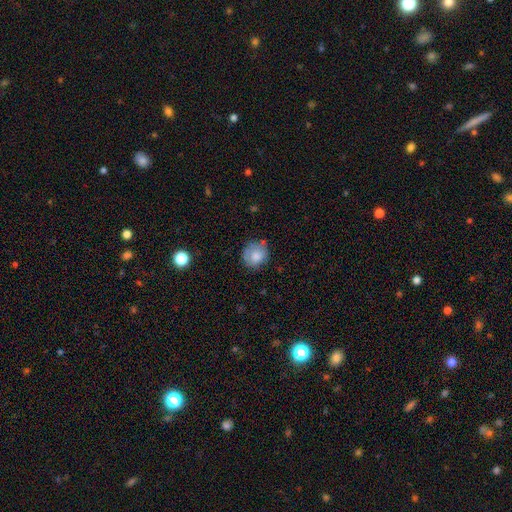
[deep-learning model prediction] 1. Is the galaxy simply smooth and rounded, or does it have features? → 76% smooth, 15% featured or disk, 9% star or artifact.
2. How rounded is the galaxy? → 80% round, 19% in between, 1% cigar-shaped.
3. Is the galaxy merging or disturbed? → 65% none, 25% minor disturbance, 7% major disturbance, 3% merger.